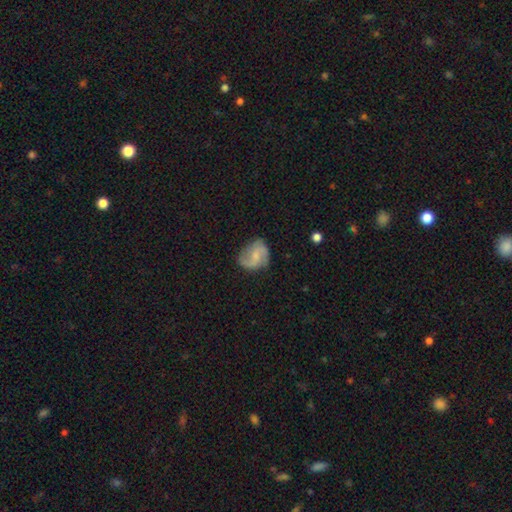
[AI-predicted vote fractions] This is possibly a featured or disk galaxy (59%). It is clearly not viewed edge-on (98%). Bar: possibly no (46%). Spiral arm pattern: clearly yes (89%). Spiral arm count: likely 2 (79%). Spiral winding: marginally loose (42%, tied with medium). Central bulge: possibly small (46%). Merging: likely none (64%).